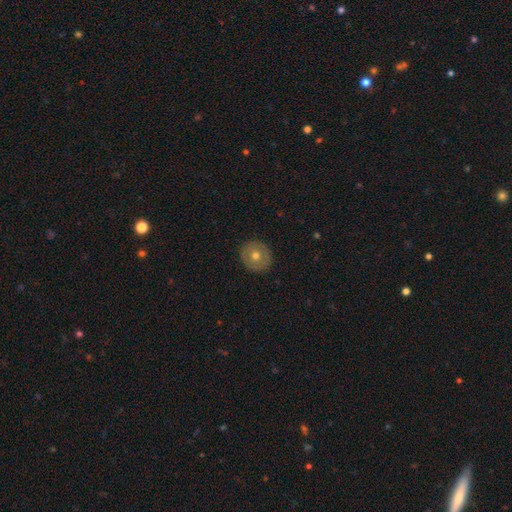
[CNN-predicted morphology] The model was most divided on "smooth or featured": smooth: 57%, featured or disk: 36%, star or artifact: 8%. More confident: merging — none (90%); how rounded — round (88%).